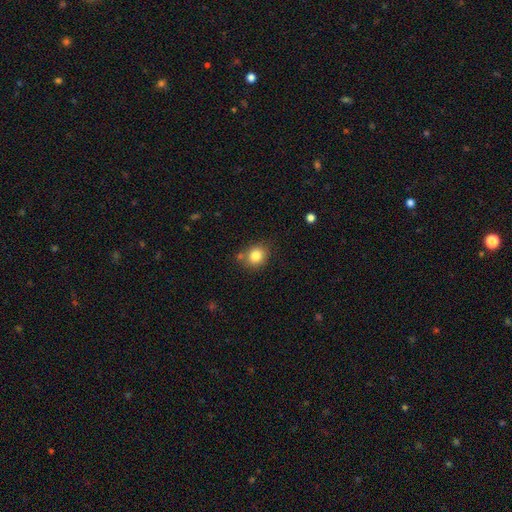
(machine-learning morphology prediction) The model was most divided on "how rounded": round: 74%, in between: 25%, cigar-shaped: 1%. More confident: smooth or featured — smooth (82%); merging — none (73%).